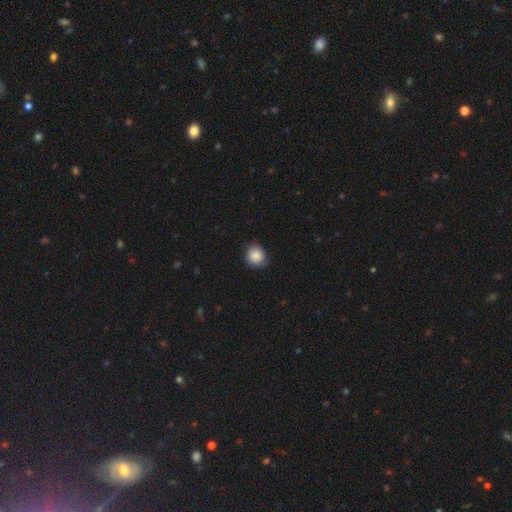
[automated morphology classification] Smooth or featured? smooth (88%)
How rounded? round (83%)
Merging? none (79%)